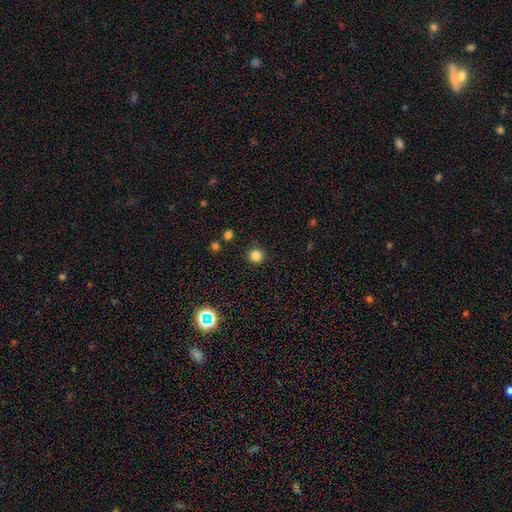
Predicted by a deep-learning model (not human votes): Overall: smooth (82%). How rounded: round (95%). Merging: none (91%).